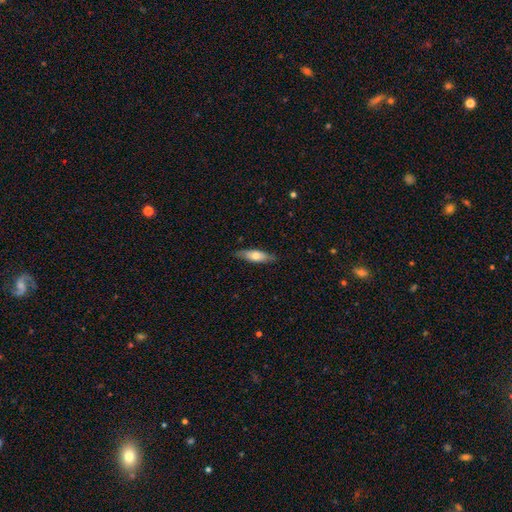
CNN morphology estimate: A smooth galaxy with no disk features (61%) that is in between round and cigar-shaped (50%). Merging: none (82%).